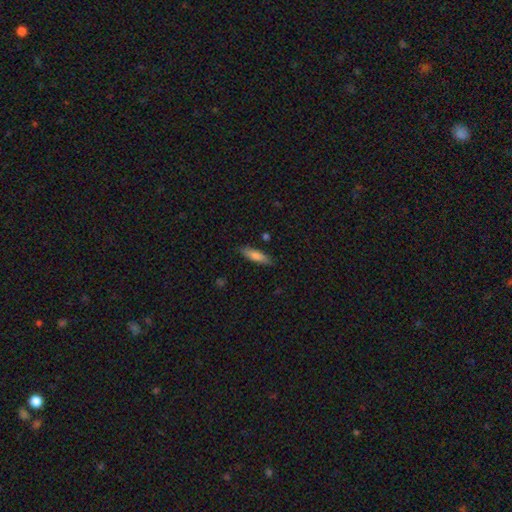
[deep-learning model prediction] The model was most divided on "how rounded": cigar-shaped: 62%, in between: 36%, round: 2%. More confident: merging — none (85%); smooth or featured — smooth (78%).